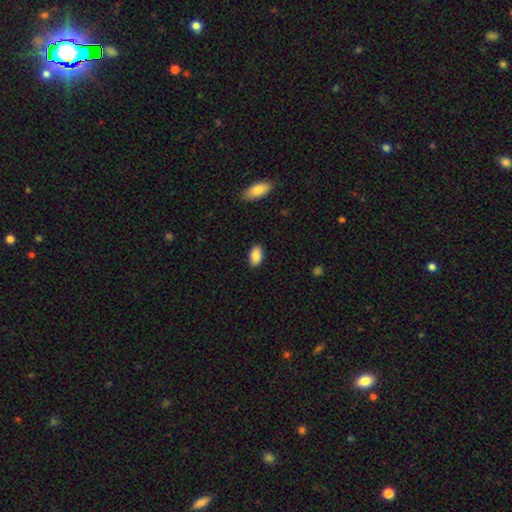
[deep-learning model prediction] Q: Smooth or featured?
A: smooth (88%); runner-up: star or artifact (7%)
Q: How rounded?
A: in between (93%); runner-up: round (5%)
Q: Merging?
A: none (88%); runner-up: minor disturbance (9%)